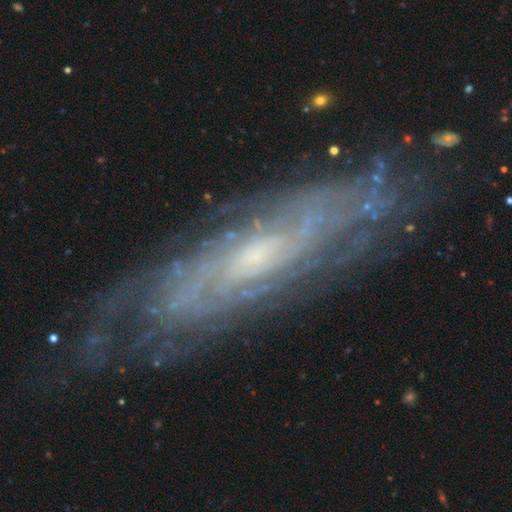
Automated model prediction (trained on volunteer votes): smooth_or_featured: featured or disk (p=0.84) [alt: smooth p=0.09]
disk_edge_on: no (p=0.79) [alt: yes p=0.21]
bar: no (p=0.62) [alt: weak p=0.31]
has_spiral_arms: yes (p=0.94) [alt: no p=0.06]
spiral_winding: tight (p=0.70) [alt: medium p=0.24]
spiral_arm_count: can't tell (p=0.56) [alt: 2 p=0.13]
bulge_size: small (p=0.64) [alt: moderate p=0.26]
merging: none (p=0.76) [alt: minor disturbance p=0.16]